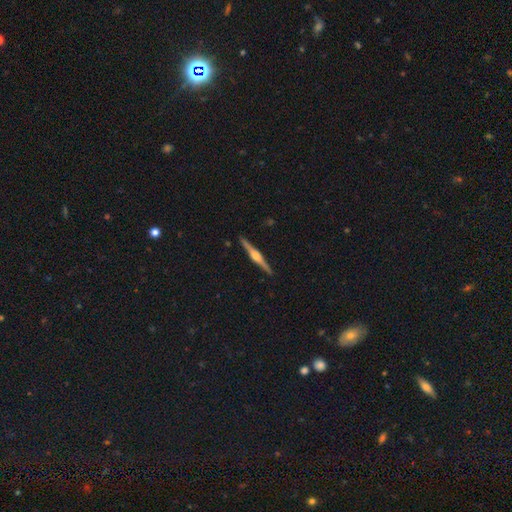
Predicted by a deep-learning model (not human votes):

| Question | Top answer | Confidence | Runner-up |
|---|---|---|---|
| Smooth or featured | featured or disk | 83% | smooth (12%) |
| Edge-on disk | yes | 99% | no (1%) |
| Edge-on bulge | rounded | 89% | boxy (8%) |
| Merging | none | 93% | minor disturbance (5%) |